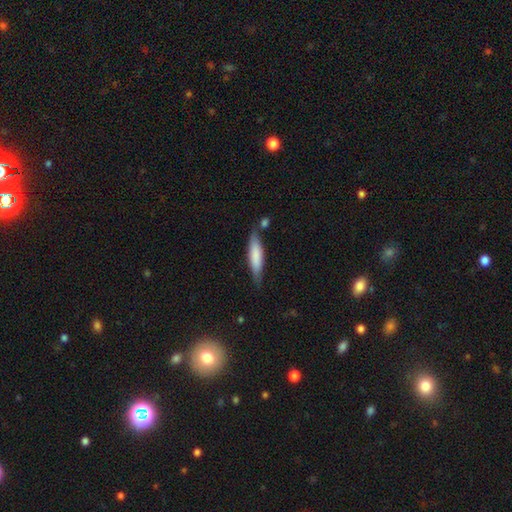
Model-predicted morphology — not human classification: smooth-or-featured: smooth: 73% | featured or disk: 21% | star or artifact: 6%
  how-rounded: cigar-shaped: 74% | in between: 25% | round: 1%
  merging: none: 70% | minor disturbance: 19% | merger: 7% | major disturbance: 4%